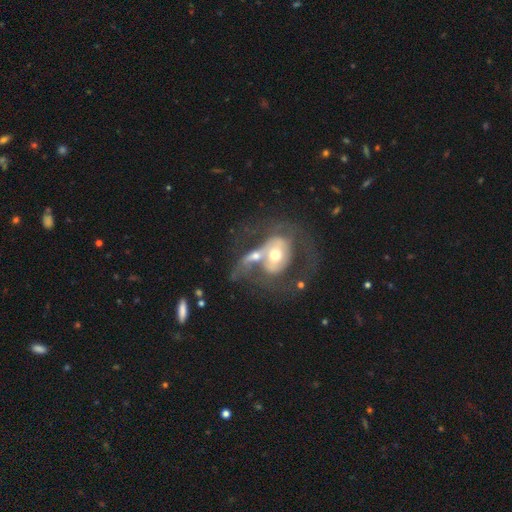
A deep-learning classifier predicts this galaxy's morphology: This is likely a featured or disk galaxy (63%). It is clearly not viewed edge-on (93%). Bar: likely no (65%). Spiral arm pattern: possibly no (52%). Central bulge: likely moderate (67%). Merging: possibly merger (53%).